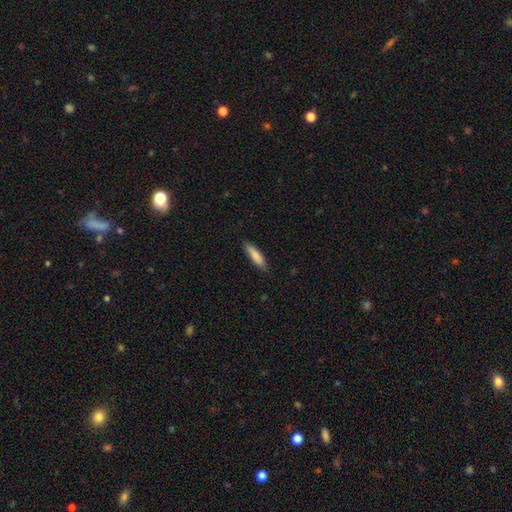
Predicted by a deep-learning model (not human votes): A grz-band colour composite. It shows a smooth galaxy with no disk features (83%) that is cigar-shaped (74%). Merging: none (81%).